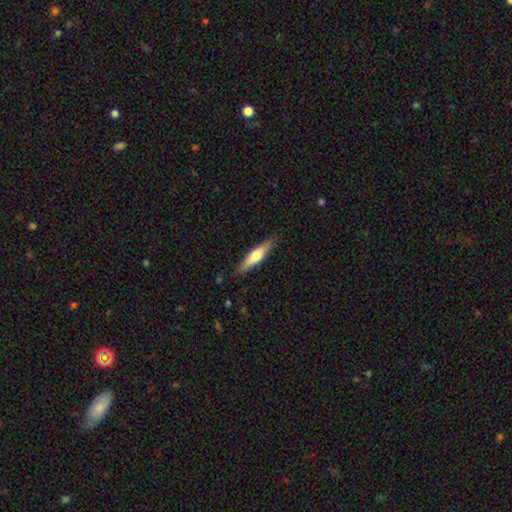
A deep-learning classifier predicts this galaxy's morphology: The model was most divided on "smooth or featured": featured or disk: 51%, smooth: 44%, star or artifact: 5%. More confident: edge-on disk — yes (95%); merging — none (88%).